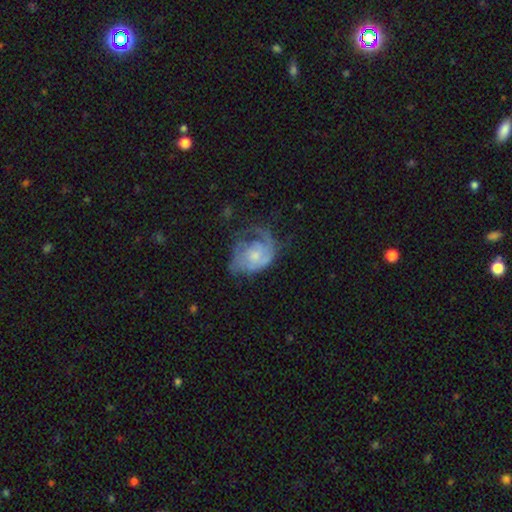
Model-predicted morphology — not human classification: Smooth or featured? featured or disk (69%)
Edge-on disk? no (97%)
Bar? no (76%)
Spiral arms? yes (82%)
Spiral winding? tight (43%)
Spiral arm count? 1 (29%)
Bulge size? small (52%)
Merging? none (39%)